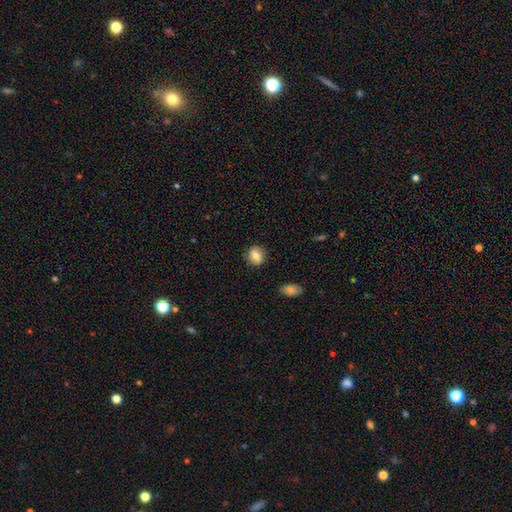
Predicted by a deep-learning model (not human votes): Overall: smooth (75%). How rounded: round (67%; in between 32%). Merging: none (85%).